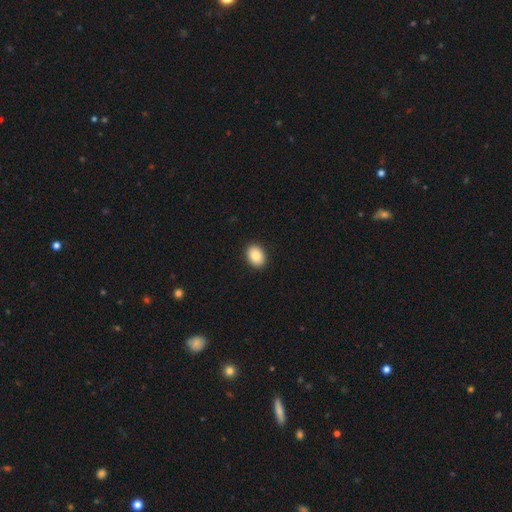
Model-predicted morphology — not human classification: This is clearly a smooth galaxy (87%). How rounded: likely in between (72%). Merging: clearly none (91%).